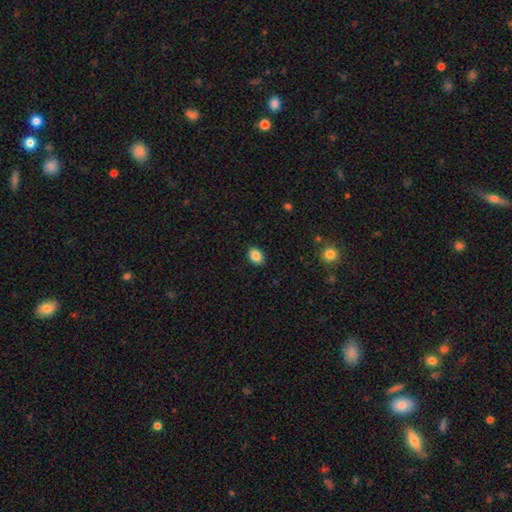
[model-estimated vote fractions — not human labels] This is clearly a smooth galaxy (87%). How rounded: likely in between (78%). Merging: clearly none (90%).